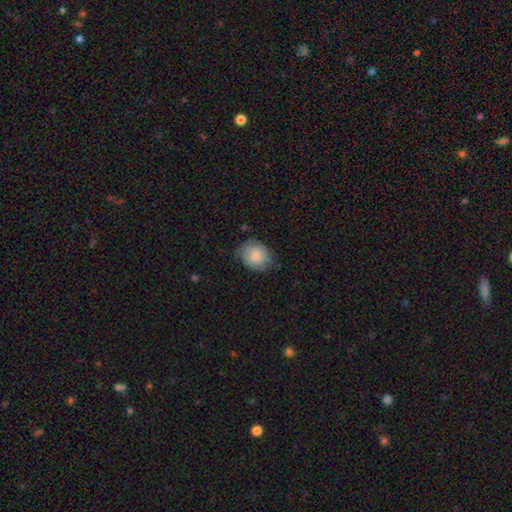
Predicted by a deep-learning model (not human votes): Smooth or featured? smooth (69%)
How rounded? round (63%)
Merging? none (64%)